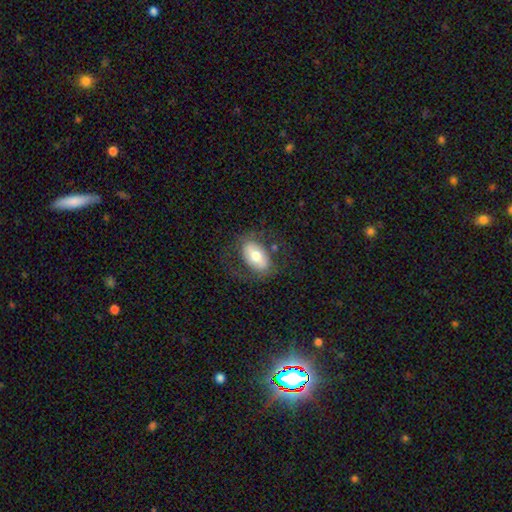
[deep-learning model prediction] A smooth galaxy with no disk features (57%) that is in between round and cigar-shaped (89%). Merging: none (67%).